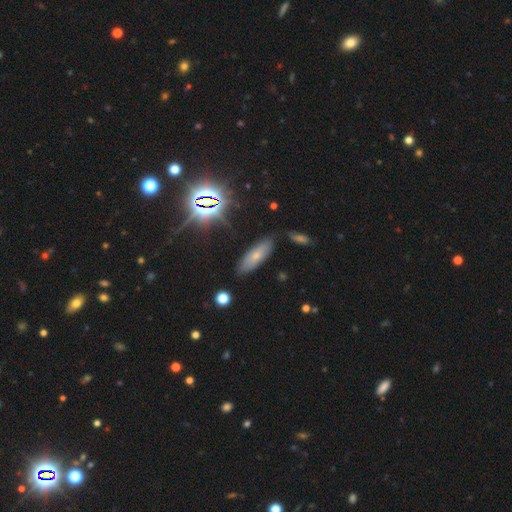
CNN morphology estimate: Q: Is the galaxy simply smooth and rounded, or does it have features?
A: smooth — 57%.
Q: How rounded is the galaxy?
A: in between — 59%.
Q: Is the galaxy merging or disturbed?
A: none — 82%.